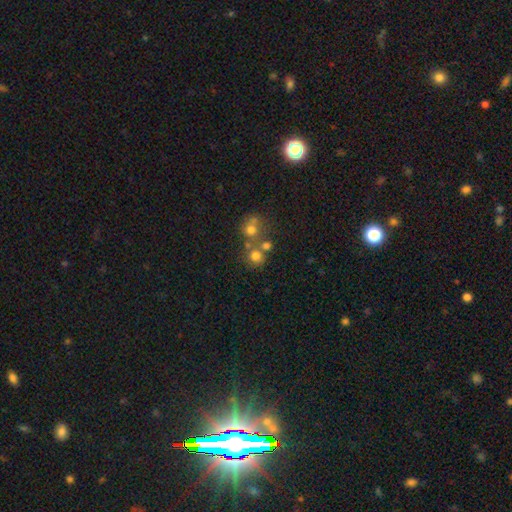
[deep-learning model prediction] Overall: smooth (70%). How rounded: round (83%). Merging: none (53%; merger 34%).